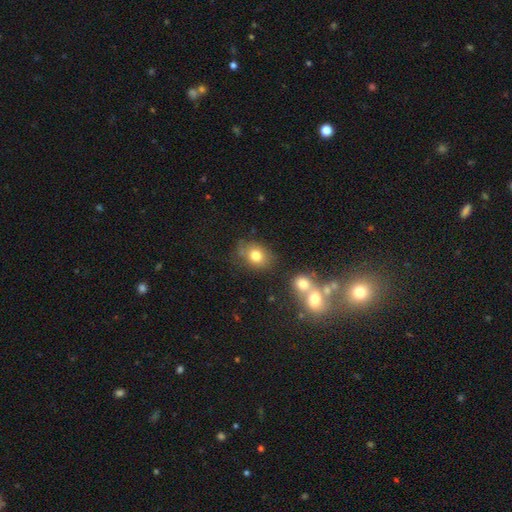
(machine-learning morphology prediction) Smooth or featured: smooth — 78% (star or artifact — 12%)
How rounded: in between — 50% (round — 49%)
Merging: none — 68% (minor disturbance — 16%)